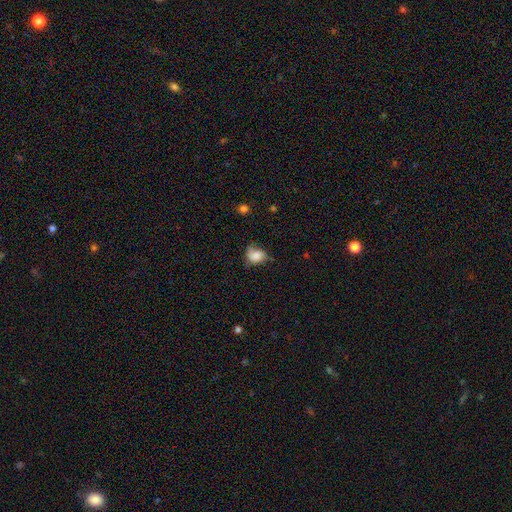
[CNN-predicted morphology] A smooth galaxy with no disk features (71%) that is in between round and cigar-shaped (61%).

Vote fractions:
- Smooth or featured? smooth: 71% / featured or disk: 19% / star or artifact: 10%
- How rounded? in between: 61% / round: 38% / cigar-shaped: 1%
- Merging? none: 40% / minor disturbance: 37% / major disturbance: 19% / merger: 4%